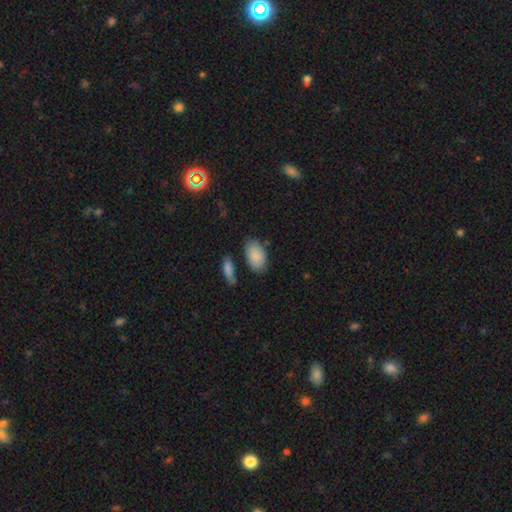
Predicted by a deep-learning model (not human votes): Smooth or featured: smooth — 87% (featured or disk — 7%)
How rounded: in between — 92% (round — 6%)
Merging: none — 71% (minor disturbance — 17%)